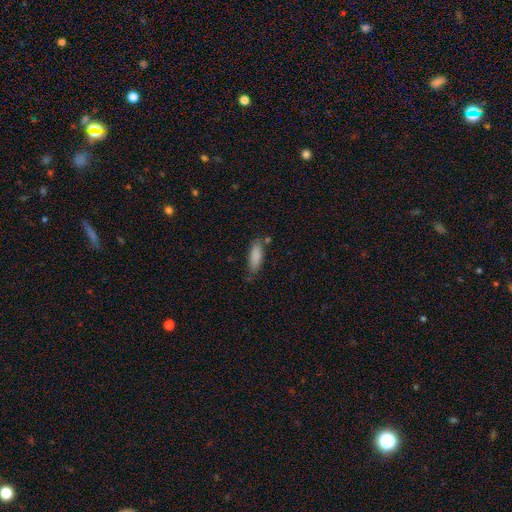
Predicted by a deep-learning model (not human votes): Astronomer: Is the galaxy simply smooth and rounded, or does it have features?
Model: smooth — 86%.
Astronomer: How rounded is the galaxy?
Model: in between — 54% (runner-up: cigar-shaped, 44%).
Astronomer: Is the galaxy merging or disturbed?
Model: none — 67%.